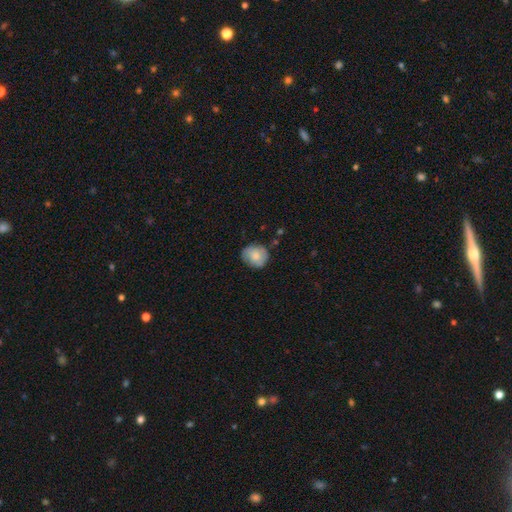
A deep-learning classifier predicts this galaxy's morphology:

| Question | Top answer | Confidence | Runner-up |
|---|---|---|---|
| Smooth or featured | smooth | 75% | featured or disk (18%) |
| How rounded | round | 79% | in between (20%) |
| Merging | none | 72% | minor disturbance (22%) |